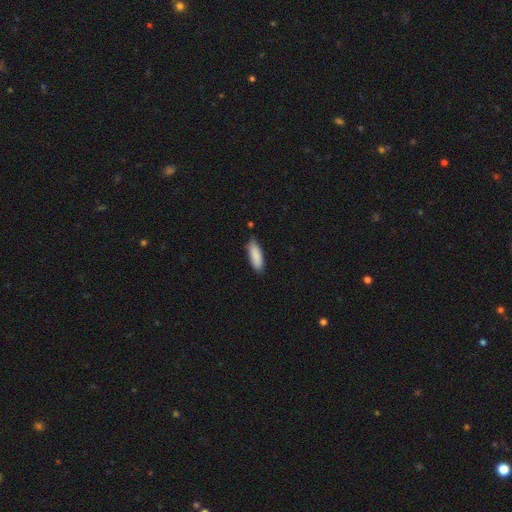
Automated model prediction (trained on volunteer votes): This is clearly a smooth galaxy (88%). How rounded: possibly in between (60%). Merging: likely none (79%).